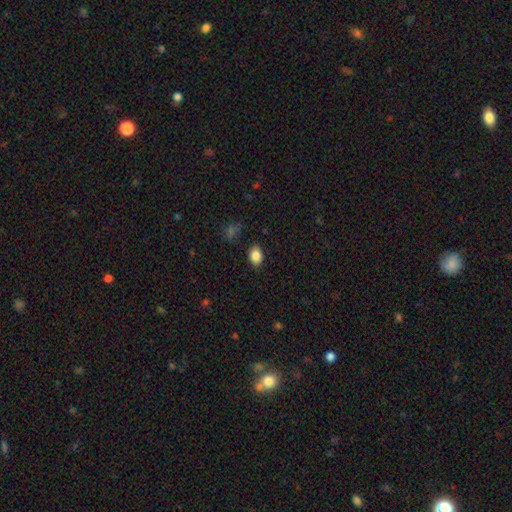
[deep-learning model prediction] Smooth or featured?
  - smooth: 86% *
  - star or artifact: 9%
  - featured or disk: 5%
How rounded?
  - in between: 76% *
  - round: 22%
  - cigar-shaped: 1%
Merging?
  - none: 87% *
  - minor disturbance: 9%
  - major disturbance: 2%
  - merger: 1%